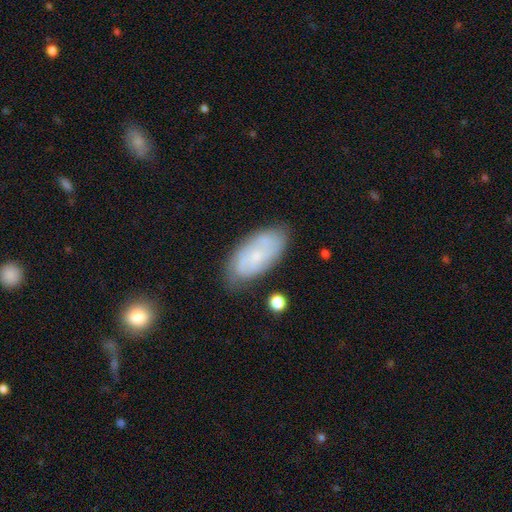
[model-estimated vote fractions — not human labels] This appears to be a featured or disk galaxy (58%) with no bar (72%), spiral arms (84%) and a small central bulge (76%). Merging: none (75%).